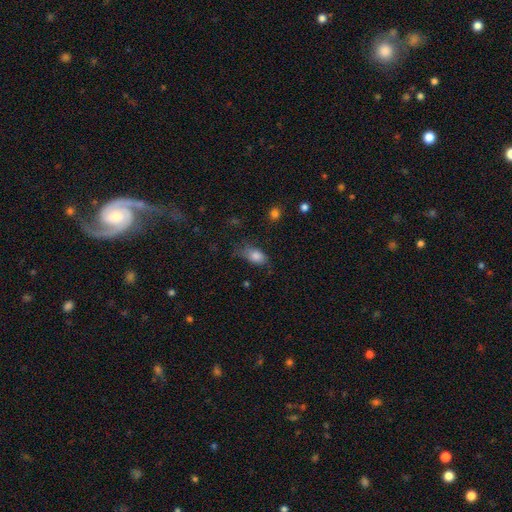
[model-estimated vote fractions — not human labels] Smooth or featured: smooth — 83% (star or artifact — 9%)
How rounded: in between — 87% (round — 9%)
Merging: none — 51% (minor disturbance — 34%)